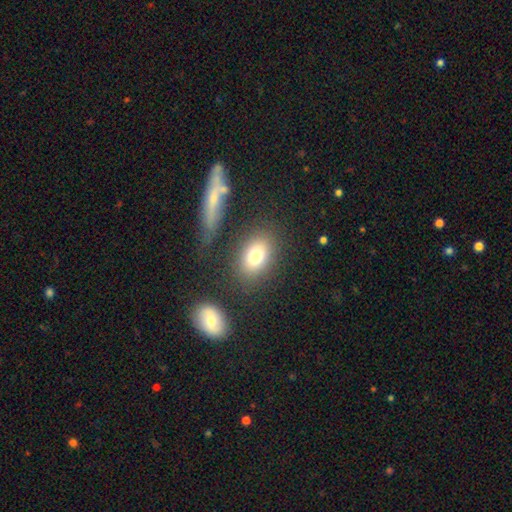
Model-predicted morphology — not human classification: Smooth or featured? Predicted: smooth (p=0.77). How rounded? Predicted: in between (p=0.73). Merging? Predicted: none (p=0.79).